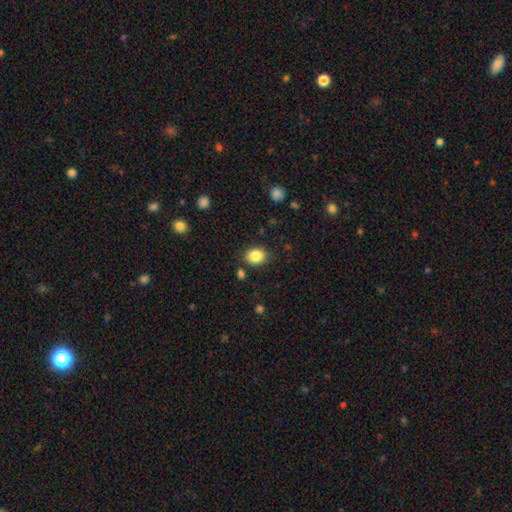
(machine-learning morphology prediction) Smooth or featured? Predicted: smooth (p=0.86). How rounded? Predicted: round (p=0.50). Merging? Predicted: none (p=0.85).